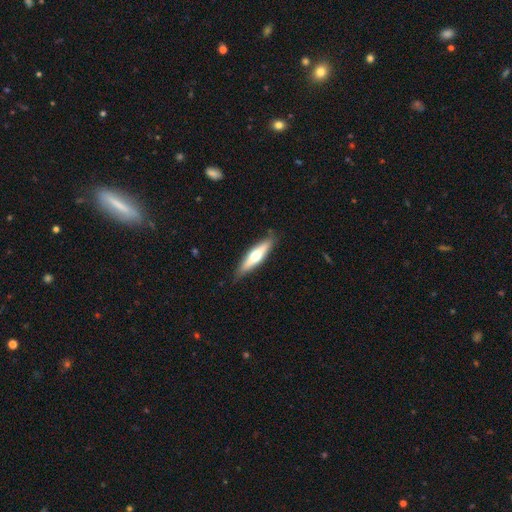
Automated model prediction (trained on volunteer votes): Overall: featured or disk (51%; smooth 44%). Edge-on disk: yes (91%). Merging: none (86%).